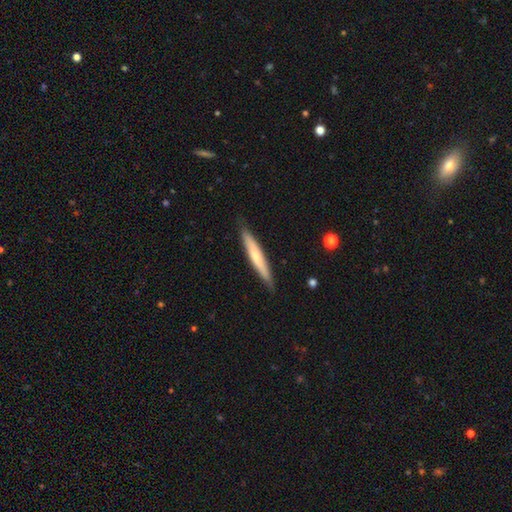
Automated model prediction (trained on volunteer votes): Smooth or featured?
  - smooth: 56% *
  - featured or disk: 39%
  - star or artifact: 5%
How rounded?
  - cigar-shaped: 94% *
  - in between: 5%
  - round: 1%
Merging?
  - none: 87% *
  - minor disturbance: 10%
  - major disturbance: 2%
  - merger: 1%